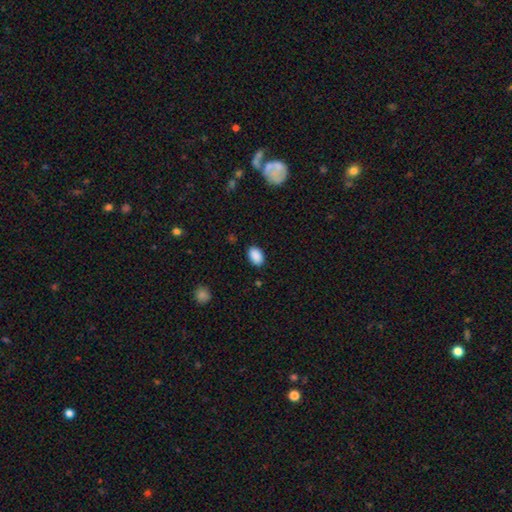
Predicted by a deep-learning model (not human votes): A smooth galaxy with no disk features (90%) that is in between round and cigar-shaped (87%).

Vote fractions:
- Smooth or featured? smooth: 90% / star or artifact: 8% / featured or disk: 3%
- How rounded? in between: 87% / round: 11% / cigar-shaped: 1%
- Merging? none: 86% / minor disturbance: 10% / major disturbance: 2% / merger: 1%